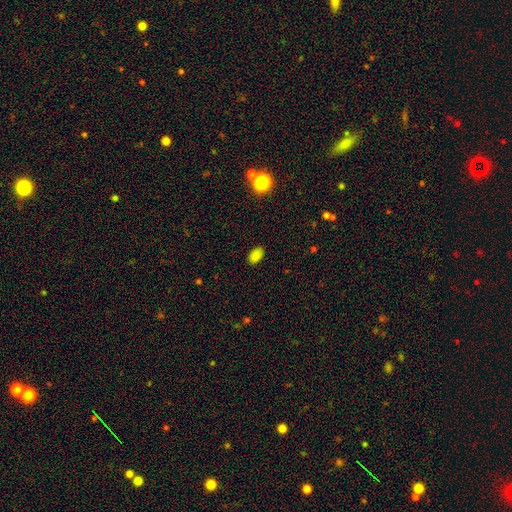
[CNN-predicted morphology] type=smooth (82%); roundness=in between (90%); merging=none (86%).